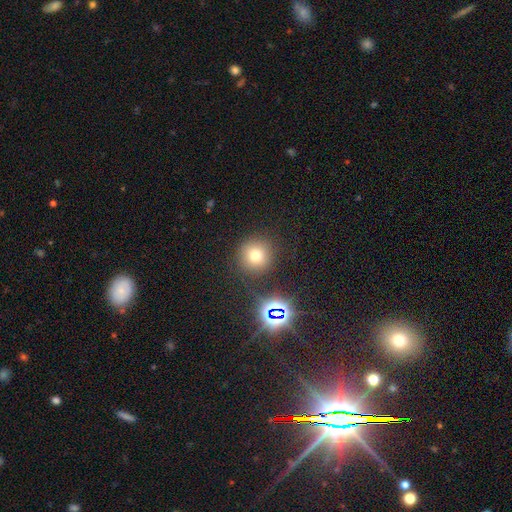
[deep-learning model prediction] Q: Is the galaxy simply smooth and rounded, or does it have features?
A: smooth — 69%.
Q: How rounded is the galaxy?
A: round — 94%.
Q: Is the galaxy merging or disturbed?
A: none — 85%.